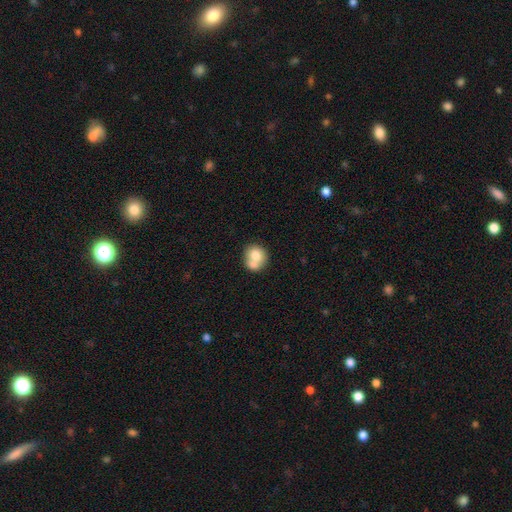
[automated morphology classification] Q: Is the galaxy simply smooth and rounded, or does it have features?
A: smooth — 72%.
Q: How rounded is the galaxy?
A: round — 76%.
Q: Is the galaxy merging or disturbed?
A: merger — 49%.